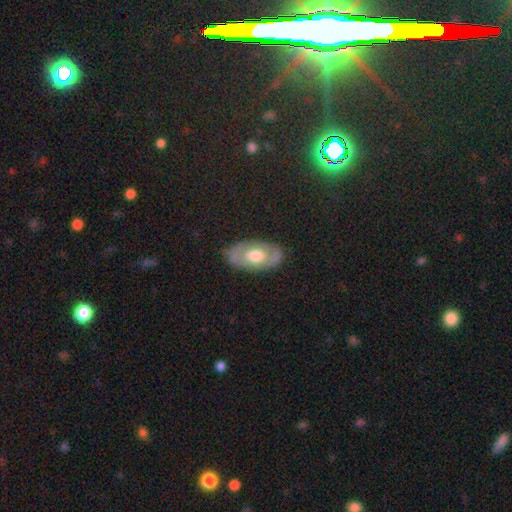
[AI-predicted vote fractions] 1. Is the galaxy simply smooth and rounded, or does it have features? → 59% featured or disk, 36% smooth, 6% star or artifact.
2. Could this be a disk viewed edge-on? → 89% no, 11% yes.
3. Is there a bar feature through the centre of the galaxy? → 76% no, 19% weak, 5% strong.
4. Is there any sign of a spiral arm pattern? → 61% no, 39% yes.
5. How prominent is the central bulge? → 59% moderate, 32% large, 6% small, 2% dominant, 1% none.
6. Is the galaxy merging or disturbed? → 79% none, 15% minor disturbance, 5% major disturbance, 1% merger.